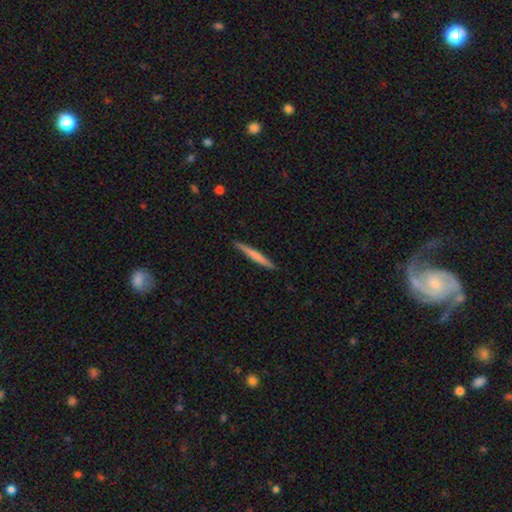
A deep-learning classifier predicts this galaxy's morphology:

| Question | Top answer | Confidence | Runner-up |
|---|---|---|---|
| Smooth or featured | smooth | 58% | featured or disk (36%) |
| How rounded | cigar-shaped | 96% | in between (2%) |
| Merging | none | 90% | minor disturbance (8%) |